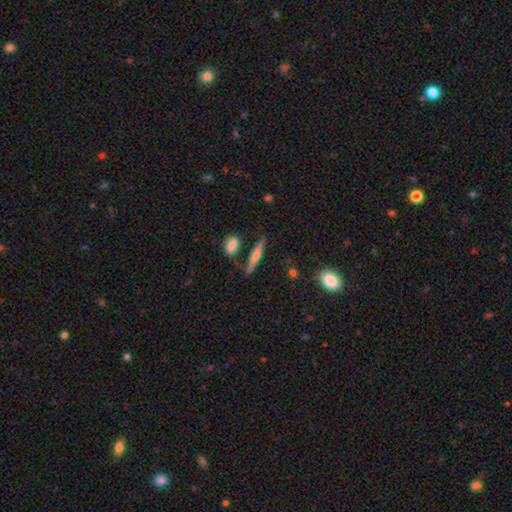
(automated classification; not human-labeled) smooth-or-featured: smooth: 47% | featured or disk: 45% | star or artifact: 8%
  merging: none: 72% | minor disturbance: 15% | merger: 8% | major disturbance: 5%